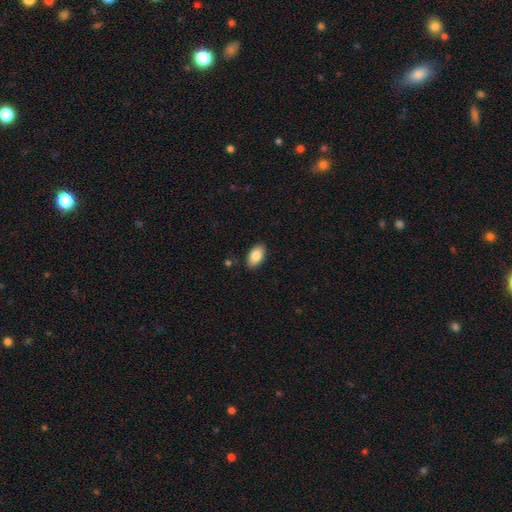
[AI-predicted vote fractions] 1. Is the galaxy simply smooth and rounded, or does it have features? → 86% smooth, 8% featured or disk, 7% star or artifact.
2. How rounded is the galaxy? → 94% in between, 4% round, 3% cigar-shaped.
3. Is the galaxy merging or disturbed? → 87% none, 10% minor disturbance, 2% major disturbance, 1% merger.